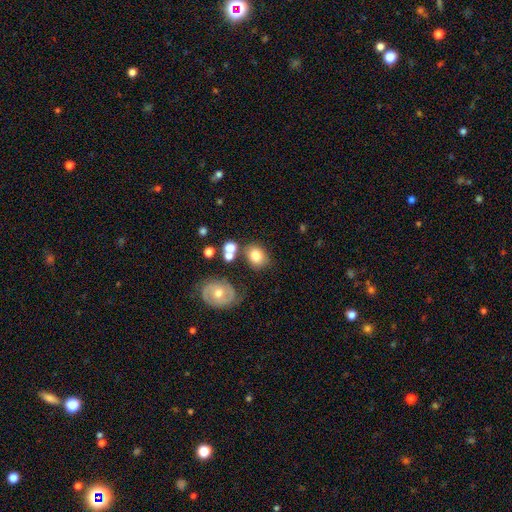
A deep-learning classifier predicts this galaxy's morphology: A smooth galaxy with no disk features (74%) that is round (50%).

Vote fractions:
- Smooth or featured? smooth: 74% / featured or disk: 17% / star or artifact: 9%
- How rounded? round: 50% / in between: 49% / cigar-shaped: 1%
- Merging? none: 66% / minor disturbance: 16% / merger: 12% / major disturbance: 6%